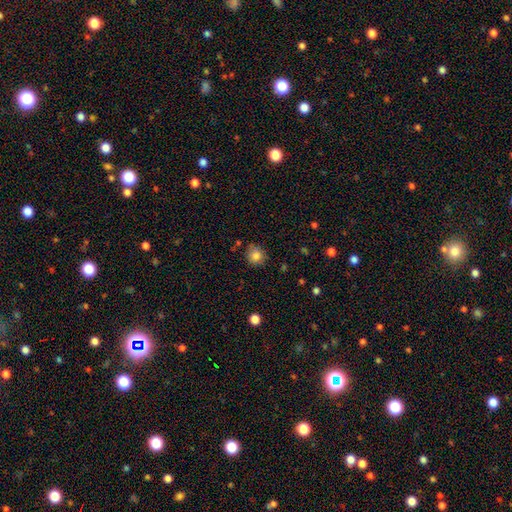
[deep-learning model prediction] This is clearly a smooth galaxy (83%). How rounded: clearly round (86%). Merging: clearly none (81%).